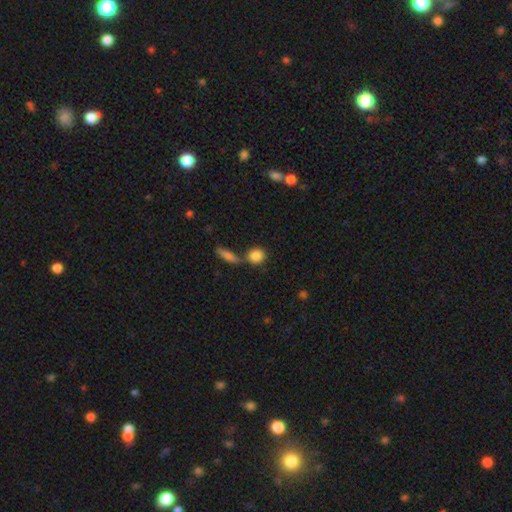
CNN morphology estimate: Smooth or featured? smooth (85%)
How rounded? round (76%)
Merging? none (62%)